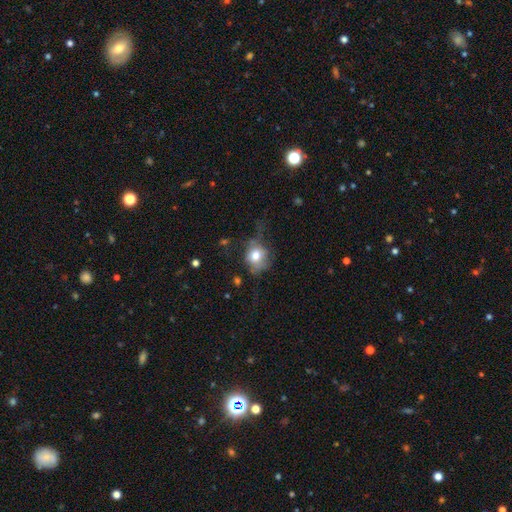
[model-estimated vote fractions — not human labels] Smooth or featured?
  - smooth: 72% *
  - featured or disk: 18%
  - star or artifact: 10%
How rounded?
  - round: 71% *
  - in between: 28%
  - cigar-shaped: 1%
Merging?
  - none: 43% *
  - minor disturbance: 29%
  - major disturbance: 25%
  - merger: 3%